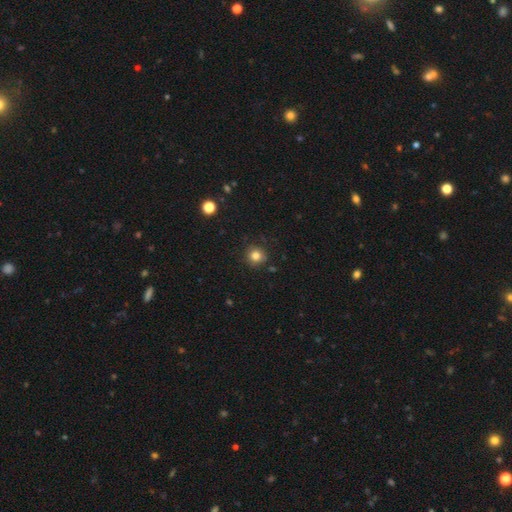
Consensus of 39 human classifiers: A smooth galaxy with no disk features (90%) that is round (83%). Merging: none (95%).